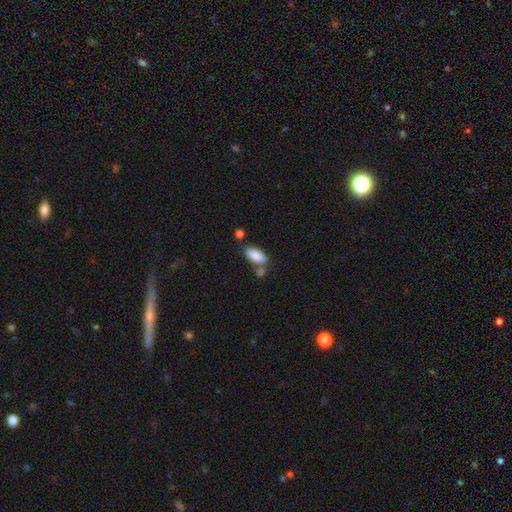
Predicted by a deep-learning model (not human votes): Overall: smooth (87%). How rounded: in between (88%). Merging: none (62%).